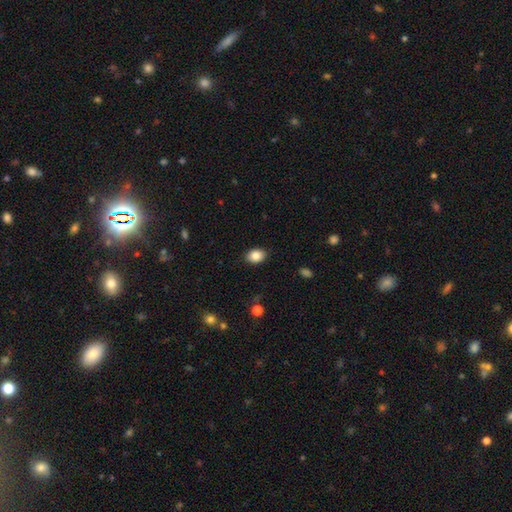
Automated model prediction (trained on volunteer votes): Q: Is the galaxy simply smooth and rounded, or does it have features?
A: smooth — 86%.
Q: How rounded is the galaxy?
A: in between — 72%.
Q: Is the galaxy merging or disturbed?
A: none — 87%.